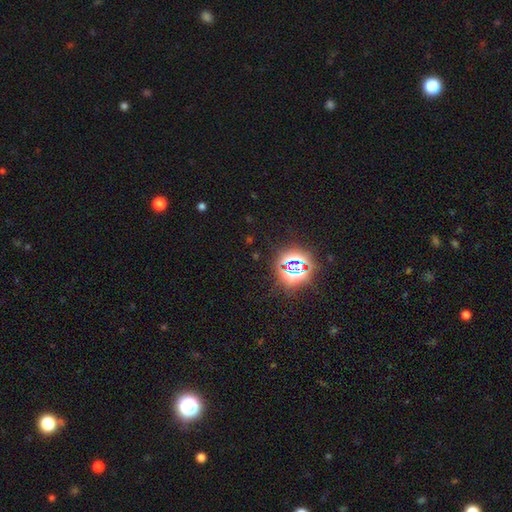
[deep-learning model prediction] Morphology: type=star or artifact (80%).